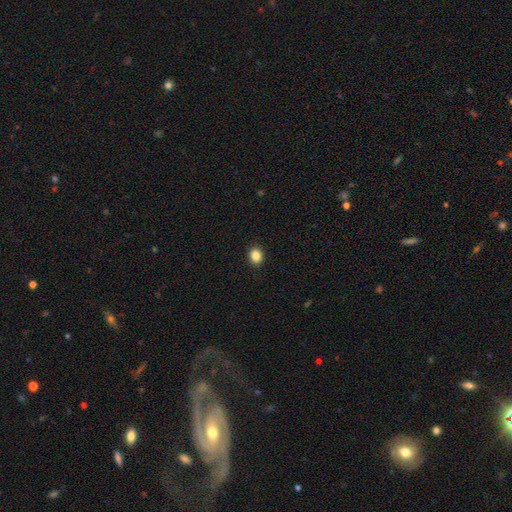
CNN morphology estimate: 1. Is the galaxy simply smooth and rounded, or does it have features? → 86% smooth, 10% star or artifact, 4% featured or disk.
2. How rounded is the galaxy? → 52% round, 47% in between, 1% cigar-shaped.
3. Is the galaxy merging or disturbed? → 92% none, 6% minor disturbance, 2% major disturbance, 1% merger.